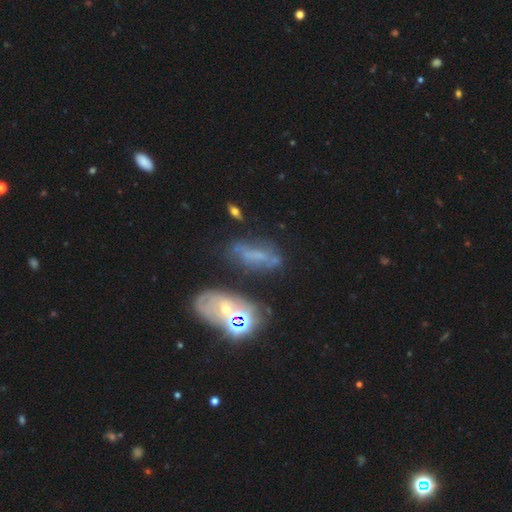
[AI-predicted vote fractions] Smooth or featured? featured or disk (45%)
Merging? none (43%)